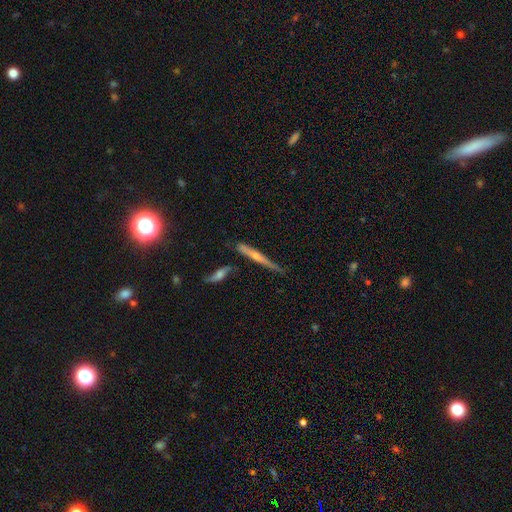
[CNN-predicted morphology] Overall: featured or disk (66%; smooth 27%). Edge-on disk: yes (94%). Edge-on bulge: rounded (76%). Merging: none (68%).